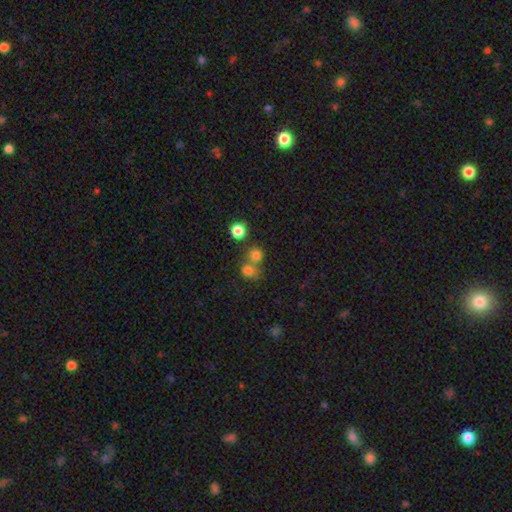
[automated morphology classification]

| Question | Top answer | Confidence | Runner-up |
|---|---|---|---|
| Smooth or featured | smooth | 75% | star or artifact (17%) |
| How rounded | round | 83% | in between (16%) |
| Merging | none | 52% | merger (37%) |